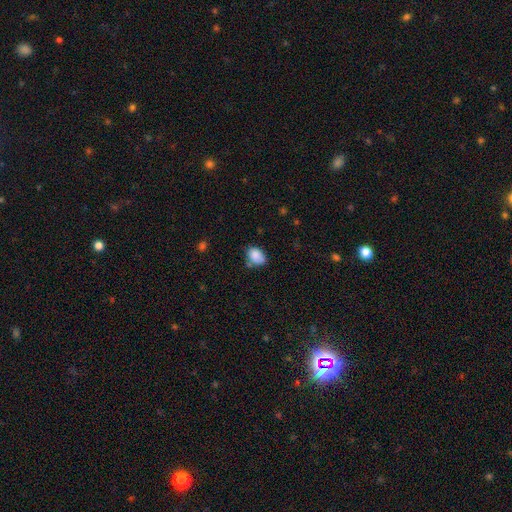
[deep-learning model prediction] smooth 86%, star or artifact 8%, featured or disk 6%. Down the decision tree: how rounded — in between (81%); merging — none (60%).